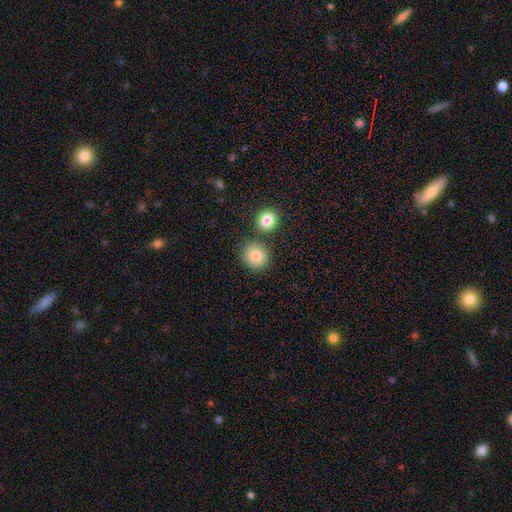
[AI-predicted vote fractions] A smooth galaxy with no disk features (83%) that is round (89%).

Vote fractions:
- Smooth or featured? smooth: 83% / star or artifact: 9% / featured or disk: 7%
- How rounded? round: 89% / in between: 10% / cigar-shaped: 1%
- Merging? none: 78% / merger: 11% / minor disturbance: 9% / major disturbance: 3%